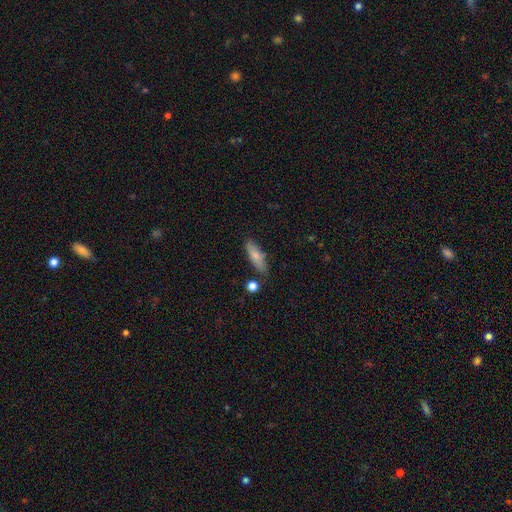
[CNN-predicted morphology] Smooth or featured: smooth — 74% (featured or disk — 19%)
How rounded: in between — 50% (cigar-shaped — 48%)
Merging: none — 70% (minor disturbance — 21%)